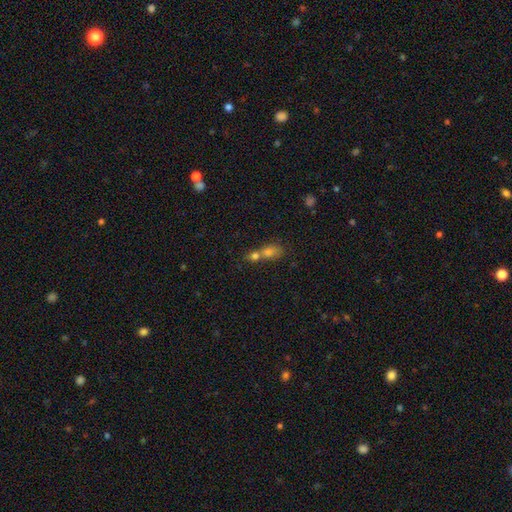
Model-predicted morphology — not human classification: The model was most divided on "how rounded": in between: 54%, round: 41%, cigar-shaped: 6%. More confident: smooth or featured — smooth (72%); merging — merger (65%).